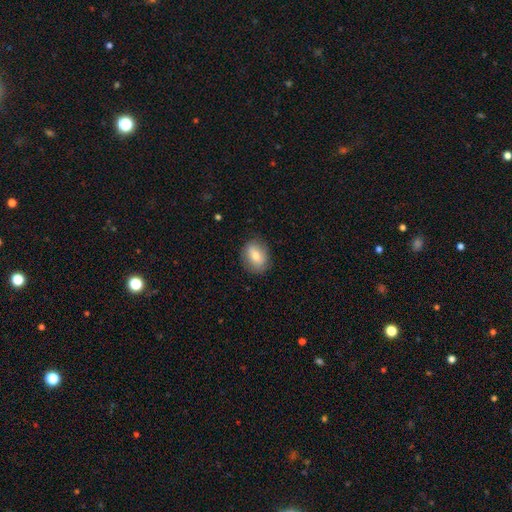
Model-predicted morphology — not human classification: A smooth galaxy with no disk features (70%) that is in between round and cigar-shaped (63%). Merging: none (83%).